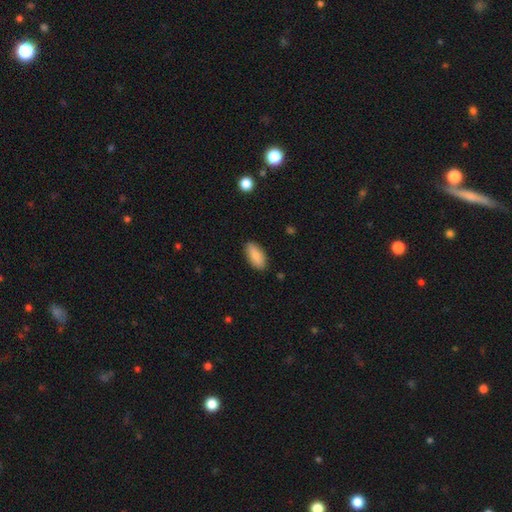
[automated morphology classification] Smooth or featured?
  - smooth: 86% *
  - featured or disk: 8%
  - star or artifact: 6%
How rounded?
  - in between: 88% *
  - cigar-shaped: 9%
  - round: 2%
Merging?
  - none: 87% *
  - minor disturbance: 10%
  - major disturbance: 2%
  - merger: 1%